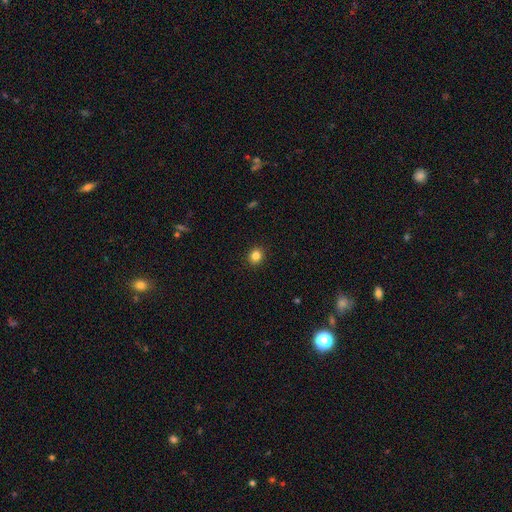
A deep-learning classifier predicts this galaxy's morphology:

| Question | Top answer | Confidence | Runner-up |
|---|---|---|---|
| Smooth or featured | smooth | 84% | star or artifact (12%) |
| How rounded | round | 80% | in between (19%) |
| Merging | none | 91% | minor disturbance (6%) |